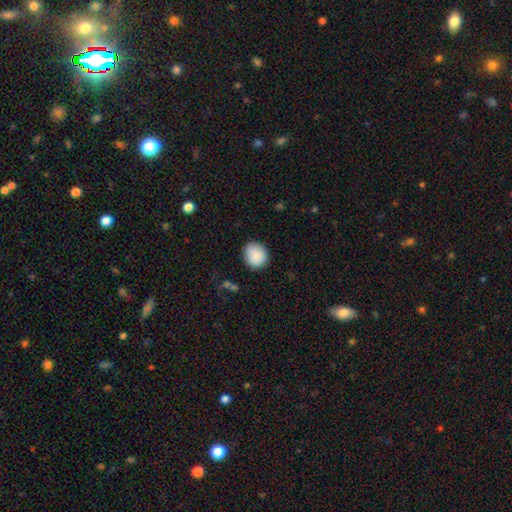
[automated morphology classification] This appears to be a smooth galaxy with no disk features (88%) that is round (80%). Merging: none (84%).